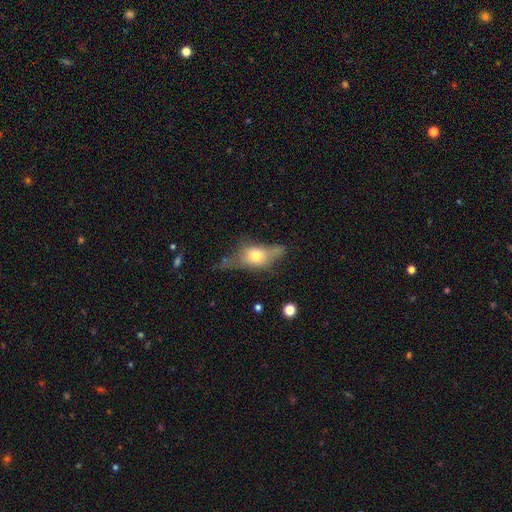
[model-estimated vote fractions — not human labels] Q: Smooth or featured?
A: smooth (55%); runner-up: featured or disk (35%)
Q: How rounded?
A: in between (67%); runner-up: round (20%)
Q: Merging?
A: none (32%); runner-up: major disturbance (31%)